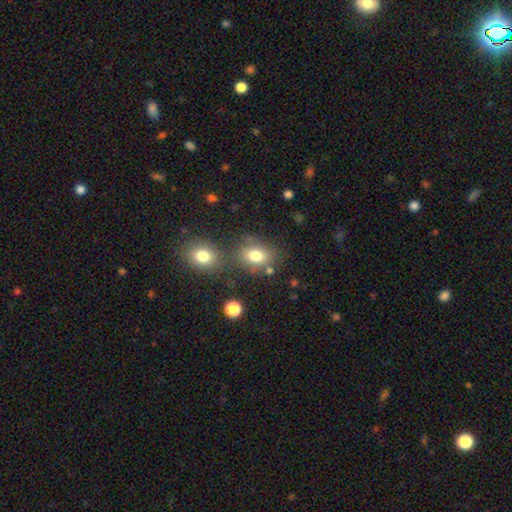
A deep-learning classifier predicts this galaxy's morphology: Smooth or featured?
  - smooth: 77% *
  - star or artifact: 13%
  - featured or disk: 11%
How rounded?
  - in between: 59% *
  - round: 40%
  - cigar-shaped: 1%
Merging?
  - none: 63% *
  - merger: 19%
  - minor disturbance: 13%
  - major disturbance: 5%